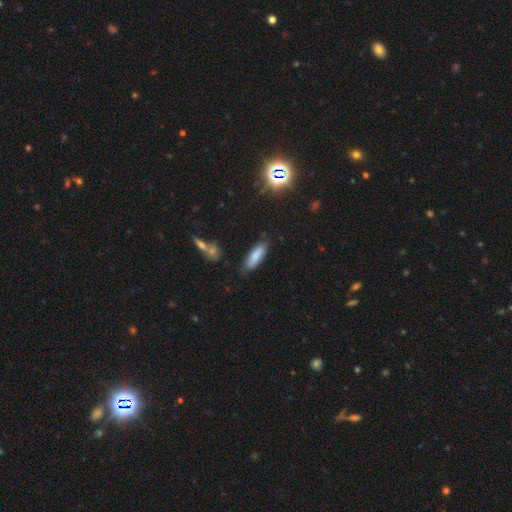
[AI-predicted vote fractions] The model was most divided on "how rounded": in between: 50%, cigar-shaped: 48%, round: 2%. More confident: smooth or featured — smooth (82%); merging — none (80%).